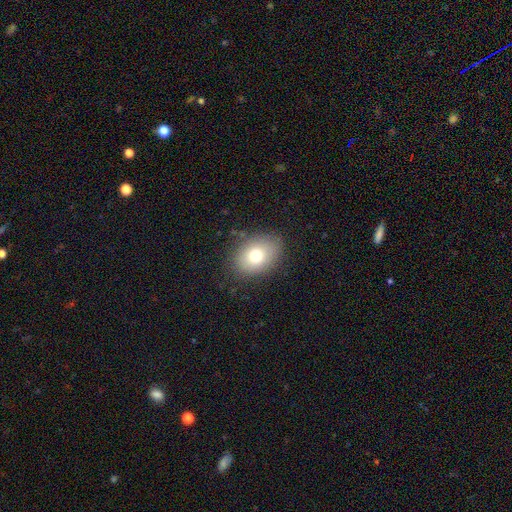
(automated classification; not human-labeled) smooth 76%, featured or disk 14%, star or artifact 11%. Down the decision tree: how rounded — in between (70%); merging — none (84%).